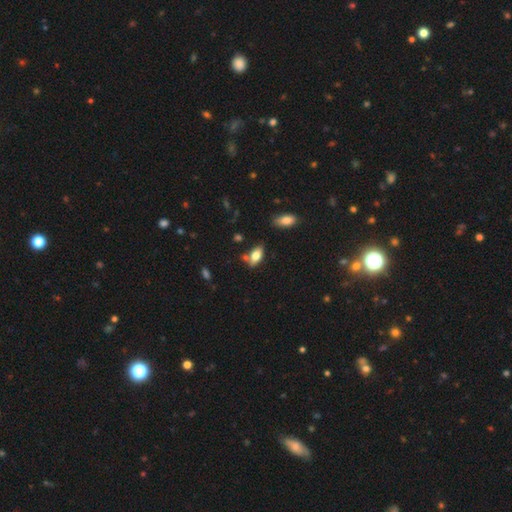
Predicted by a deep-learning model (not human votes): Q: Smooth or featured?
A: smooth (75%); runner-up: featured or disk (17%)
Q: How rounded?
A: in between (87%); runner-up: cigar-shaped (9%)
Q: Merging?
A: none (63%); runner-up: minor disturbance (19%)